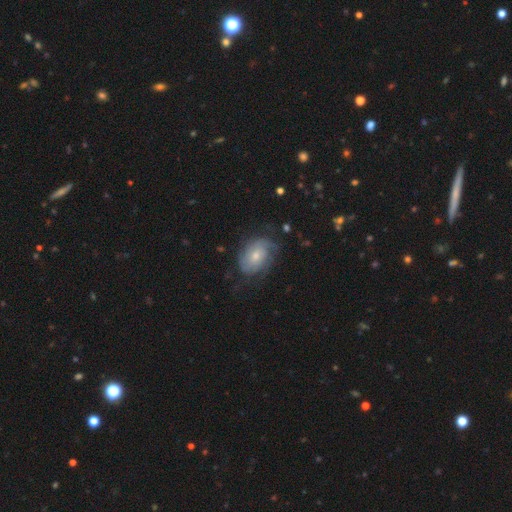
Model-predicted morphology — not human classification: Q: Smooth or featured?
A: featured or disk (65%); runner-up: smooth (28%)
Q: Edge-on disk?
A: no (96%); runner-up: yes (4%)
Q: Bar?
A: no (74%); runner-up: weak (22%)
Q: Spiral arms?
A: yes (88%); runner-up: no (12%)
Q: Spiral winding?
A: tight (52%); runner-up: medium (32%)
Q: Spiral arm count?
A: can't tell (41%); runner-up: 2 (29%)
Q: Bulge size?
A: small (52%); runner-up: moderate (42%)
Q: Merging?
A: none (62%); runner-up: minor disturbance (24%)